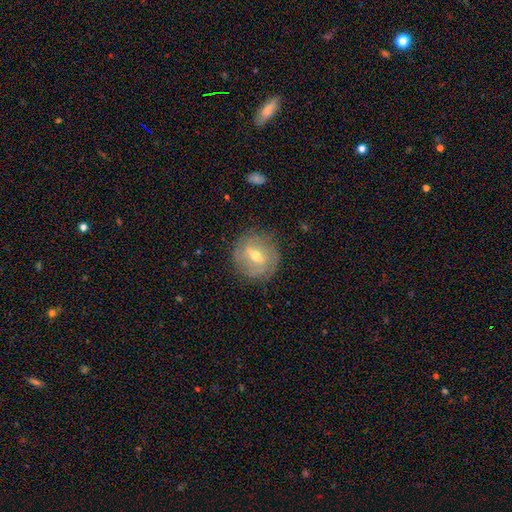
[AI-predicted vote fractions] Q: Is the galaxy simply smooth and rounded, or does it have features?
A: featured or disk — 60%.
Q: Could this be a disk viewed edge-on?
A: no — 90%.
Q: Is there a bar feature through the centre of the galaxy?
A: weak — 49%.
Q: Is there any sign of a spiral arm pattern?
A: no — 50%, tied with yes.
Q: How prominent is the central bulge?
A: moderate — 64%.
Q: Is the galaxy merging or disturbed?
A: none — 80%.